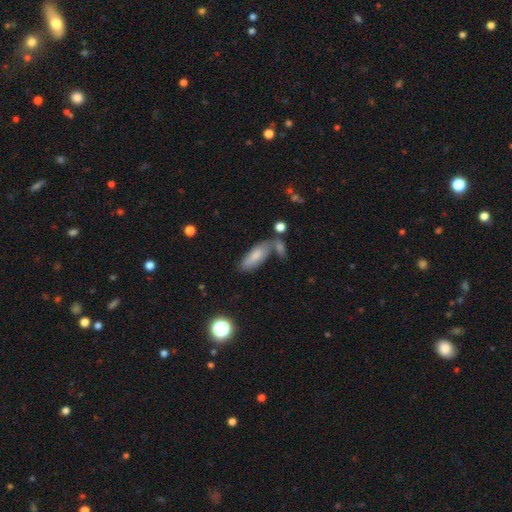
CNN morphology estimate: Smooth or featured? Predicted: smooth (p=0.72). How rounded? Predicted: in between (p=0.72). Merging? Predicted: none (p=0.47).